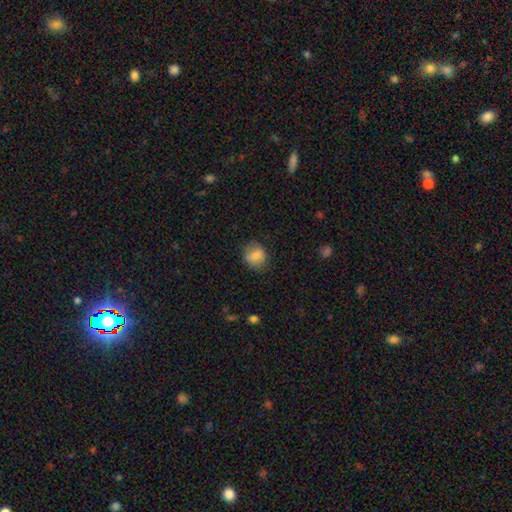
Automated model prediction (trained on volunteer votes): Q: Smooth or featured?
A: smooth (77%); runner-up: featured or disk (15%)
Q: How rounded?
A: round (69%); runner-up: in between (29%)
Q: Merging?
A: none (76%); runner-up: minor disturbance (17%)